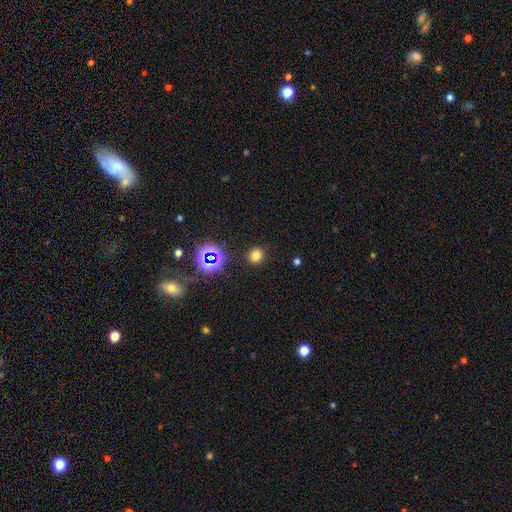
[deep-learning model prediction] A smooth galaxy with no disk features (73%) that is round (85%).

Vote fractions:
- Smooth or featured? smooth: 73% / star or artifact: 21% / featured or disk: 6%
- How rounded? round: 85% / in between: 14% / cigar-shaped: 1%
- Merging? none: 89% / minor disturbance: 7% / major disturbance: 3% / merger: 2%